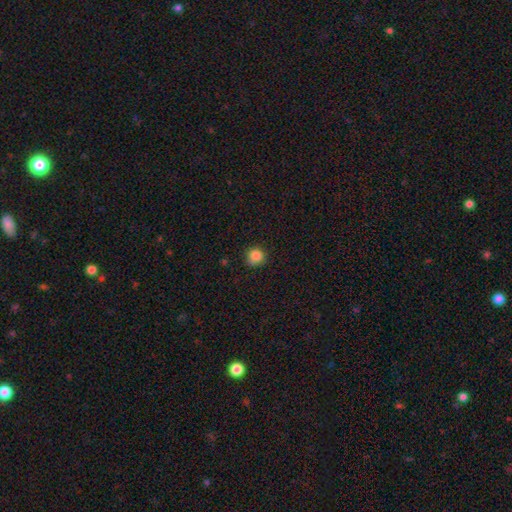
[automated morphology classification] Smooth or featured? smooth (85%)
How rounded? round (91%)
Merging? none (82%)